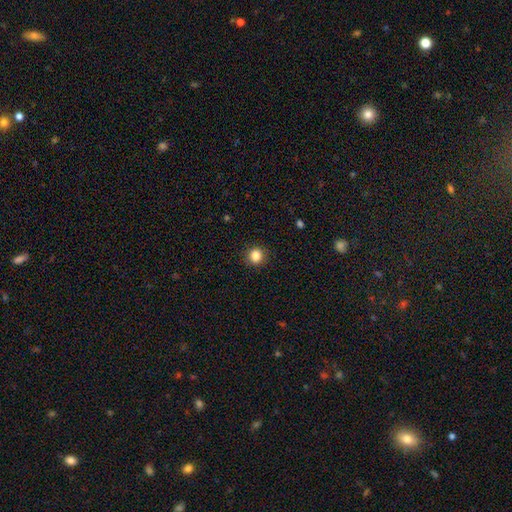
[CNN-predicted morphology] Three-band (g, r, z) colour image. It shows a smooth galaxy with no disk features (84%) that is round (90%). Merging: none (91%).